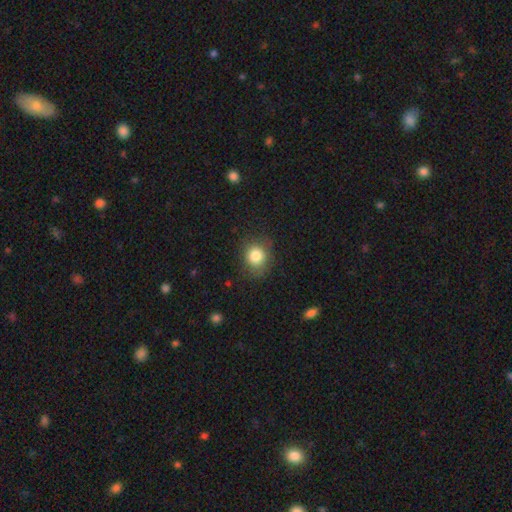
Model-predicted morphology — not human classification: smooth-or-featured: smooth: 82% | star or artifact: 10% | featured or disk: 7%
  how-rounded: round: 71% | in between: 28% | cigar-shaped: 1%
  merging: none: 78% | minor disturbance: 16% | major disturbance: 5% | merger: 1%